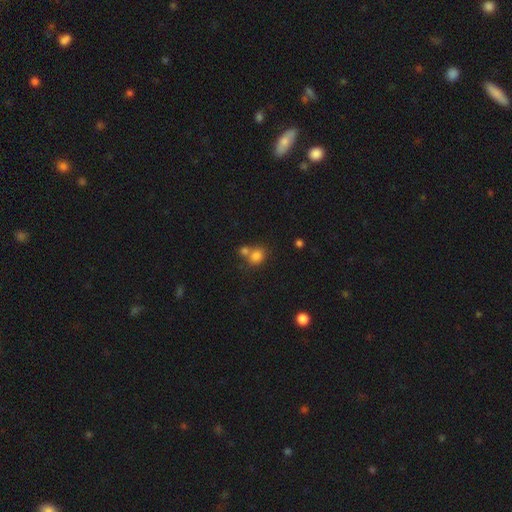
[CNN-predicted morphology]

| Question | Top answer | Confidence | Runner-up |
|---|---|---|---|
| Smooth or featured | smooth | 79% | star or artifact (13%) |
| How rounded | round | 71% | in between (28%) |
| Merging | none | 49% | merger (39%) |